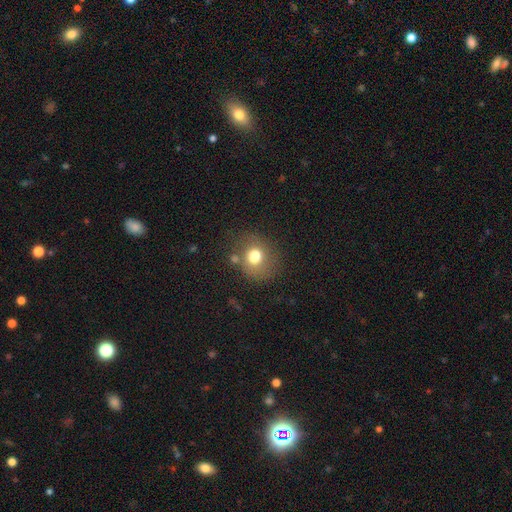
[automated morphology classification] This is likely a smooth galaxy (72%). How rounded: likely round (65%). Merging: possibly none (59%).